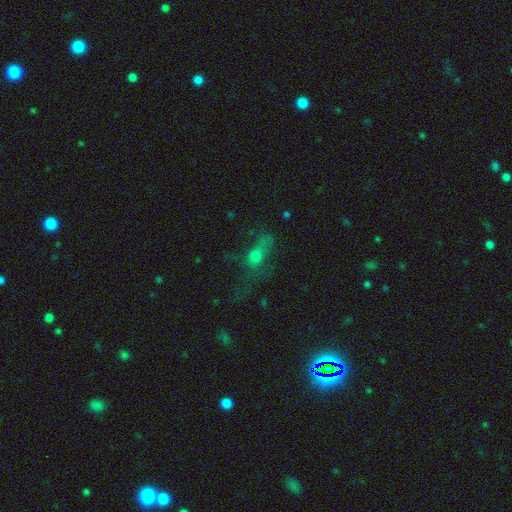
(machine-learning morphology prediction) A smooth galaxy with no disk features (48%).

Vote fractions:
- Smooth or featured? smooth: 48% / featured or disk: 30% / star or artifact: 23%
- Merging? major disturbance: 43% / none: 33% / minor disturbance: 18% / merger: 5%